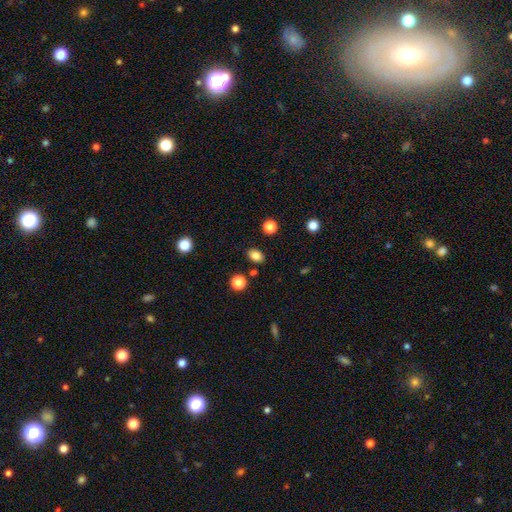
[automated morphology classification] This appears to be a smooth galaxy with no disk features (83%) that is in between round and cigar-shaped (70%). Merging: none (85%).